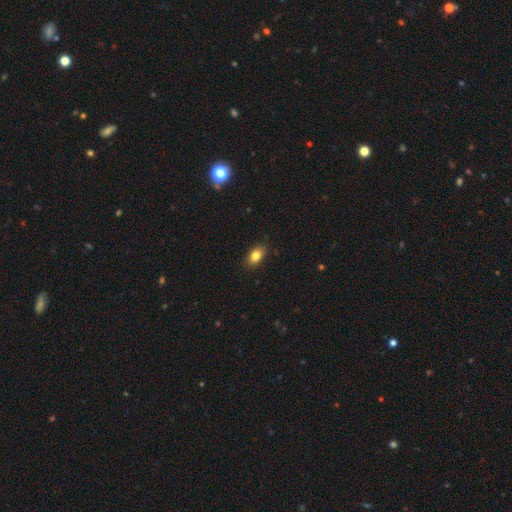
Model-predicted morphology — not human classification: type=smooth (83%); roundness=in between (86%); merging=none (88%).